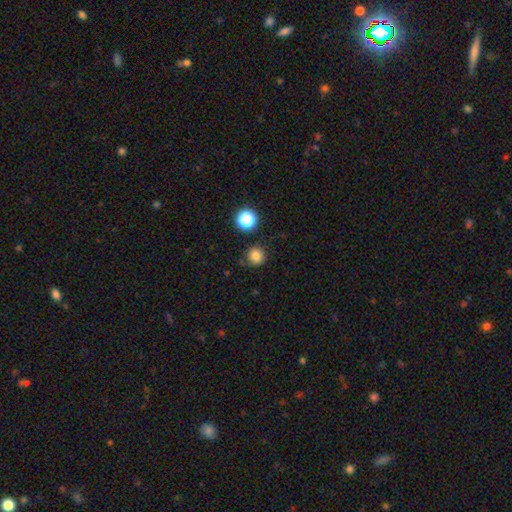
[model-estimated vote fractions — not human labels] This appears to be a smooth galaxy with no disk features (80%) that is round (92%). Merging: none (81%).